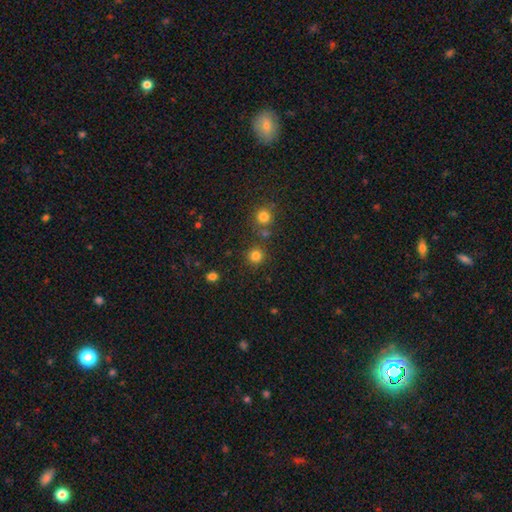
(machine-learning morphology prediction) smooth 80%, star or artifact 15%, featured or disk 5%. Down the decision tree: how rounded — round (93%); merging — none (82%).